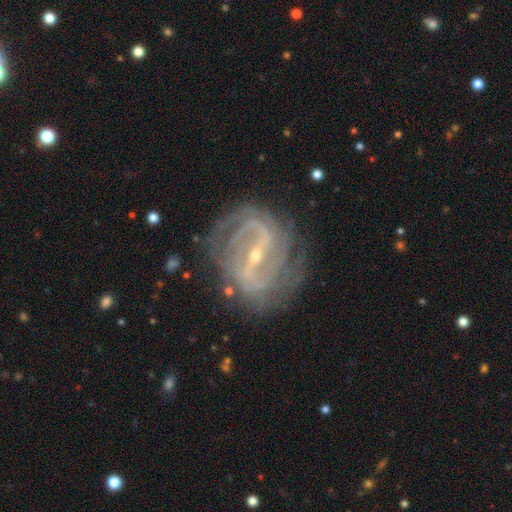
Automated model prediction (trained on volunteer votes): featured or disk 90%, star or artifact 6%, smooth 4%. Down the decision tree: edge-on disk — no (96%); bar — strong (67%); spiral arms — yes (95%); spiral arm count — 2 (49%); spiral winding — tight (44%); bulge size — small (75%); merging — none (73%).